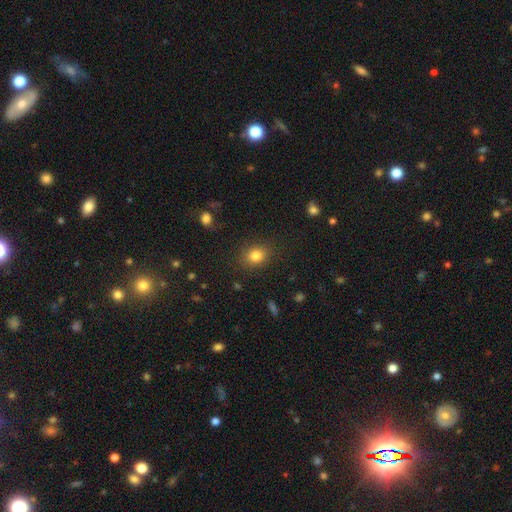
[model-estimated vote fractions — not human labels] Overall: smooth (82%). How rounded: round (60%; in between 39%). Merging: none (85%).